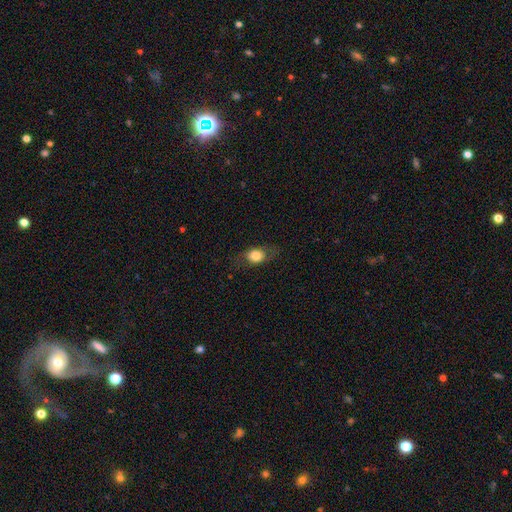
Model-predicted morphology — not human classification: A smooth galaxy with no disk features (71%) that is in between round and cigar-shaped (63%).

Vote fractions:
- Smooth or featured? smooth: 71% / featured or disk: 21% / star or artifact: 8%
- How rounded? in between: 63% / round: 32% / cigar-shaped: 5%
- Merging? none: 73% / minor disturbance: 17% / major disturbance: 9% / merger: 1%